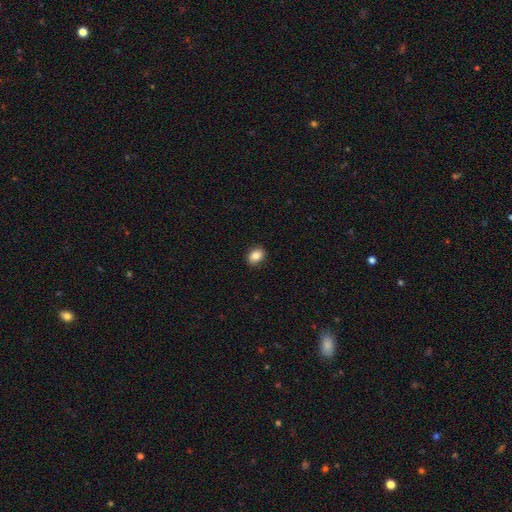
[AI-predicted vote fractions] The model was most divided on "how rounded": in between: 60%, round: 39%, cigar-shaped: 1%. More confident: merging — none (90%); smooth or featured — smooth (85%).